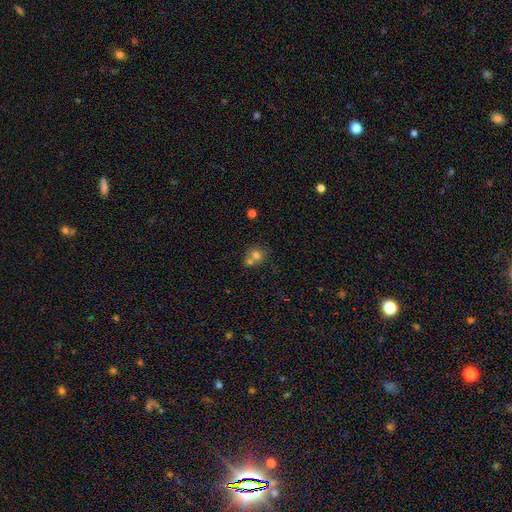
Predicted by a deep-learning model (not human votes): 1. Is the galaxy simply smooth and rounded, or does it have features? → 69% smooth, 17% featured or disk, 14% star or artifact.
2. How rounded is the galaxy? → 79% round, 20% in between, 1% cigar-shaped.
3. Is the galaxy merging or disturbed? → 46% none, 42% merger, 8% minor disturbance, 3% major disturbance.